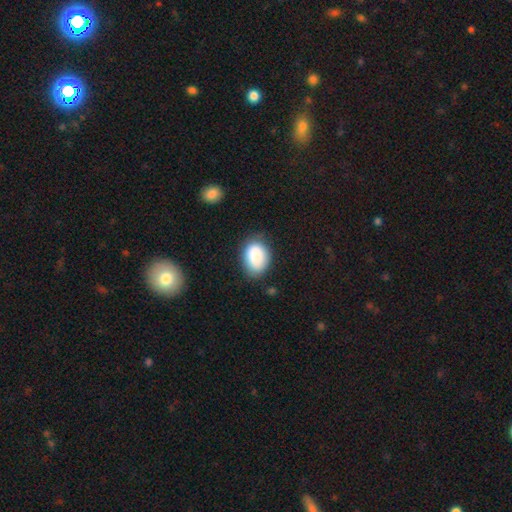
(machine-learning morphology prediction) Smooth or featured? smooth (86%)
How rounded? in between (78%)
Merging? none (75%)